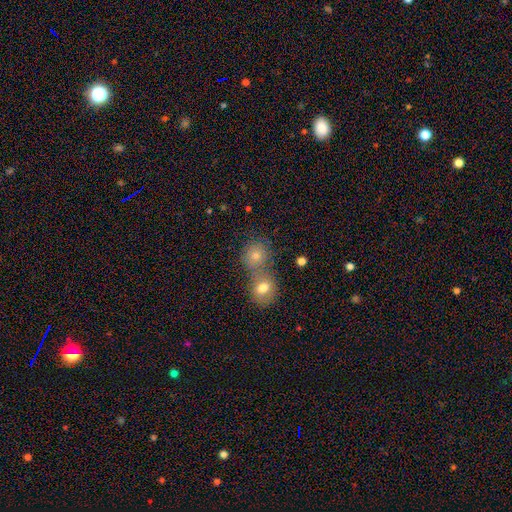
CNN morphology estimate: smooth-or-featured: smooth: 72% | star or artifact: 15% | featured or disk: 13%
  how-rounded: round: 82% | in between: 17% | cigar-shaped: 1%
  merging: merger: 52% | none: 39% | minor disturbance: 6% | major disturbance: 3%